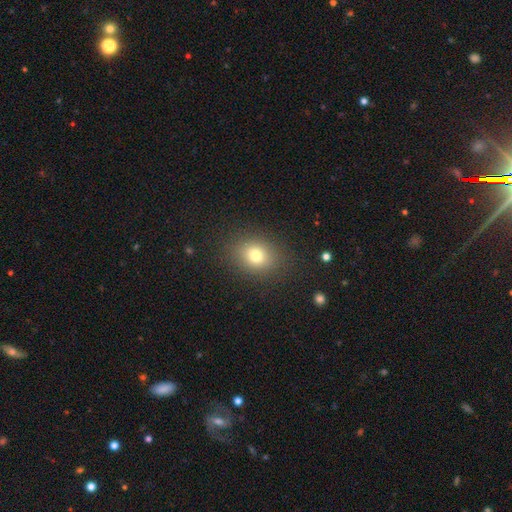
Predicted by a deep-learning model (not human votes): Q: Smooth or featured?
A: smooth (76%); runner-up: star or artifact (13%)
Q: How rounded?
A: round (51%); runner-up: in between (48%)
Q: Merging?
A: none (86%); runner-up: minor disturbance (9%)